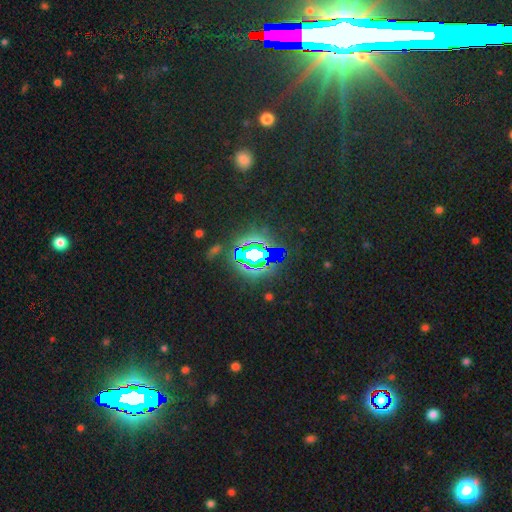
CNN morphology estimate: This is likely a star or artifact rather than a galaxy (76%).